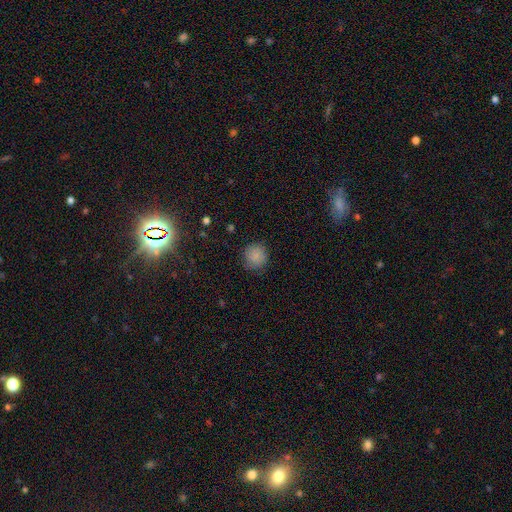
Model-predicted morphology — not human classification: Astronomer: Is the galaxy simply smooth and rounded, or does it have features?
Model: smooth — 85%.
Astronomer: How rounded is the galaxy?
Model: round — 90%.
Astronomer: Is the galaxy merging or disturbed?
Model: none — 84%.